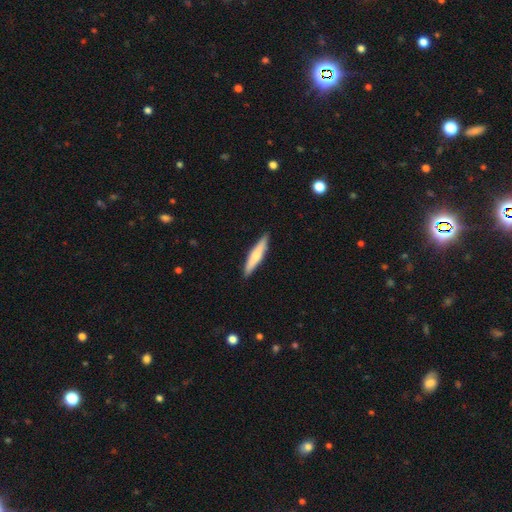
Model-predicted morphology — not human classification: smooth_or_featured: smooth (p=0.61) [alt: featured or disk p=0.34]
how_rounded: cigar-shaped (p=0.87) [alt: in between p=0.11]
merging: none (p=0.90) [alt: minor disturbance p=0.08]